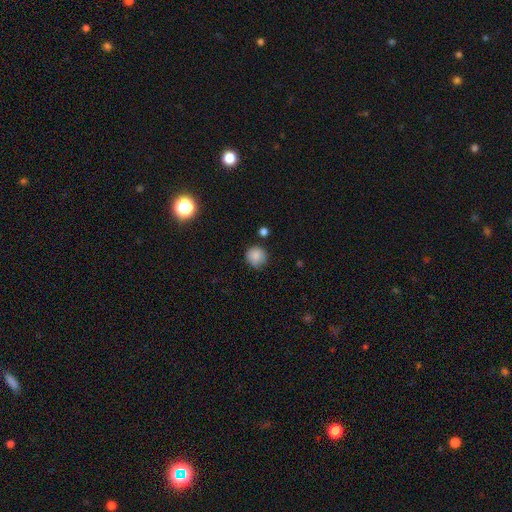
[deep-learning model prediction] Overall: smooth (84%). How rounded: round (92%). Merging: none (76%).